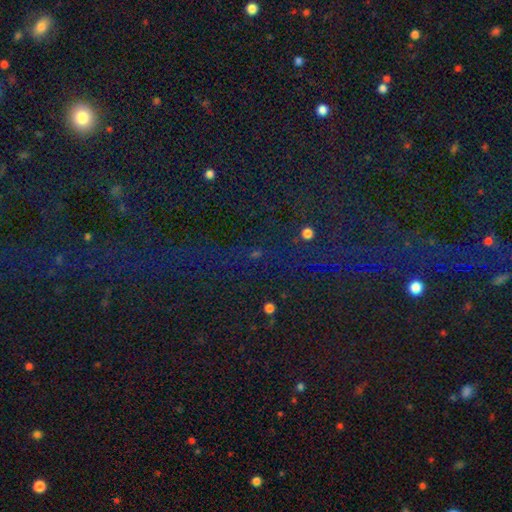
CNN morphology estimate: A star or artifact, not a galaxy (79%).

Vote fractions:
- Smooth or featured? star or artifact: 79% / smooth: 13% / featured or disk: 9%